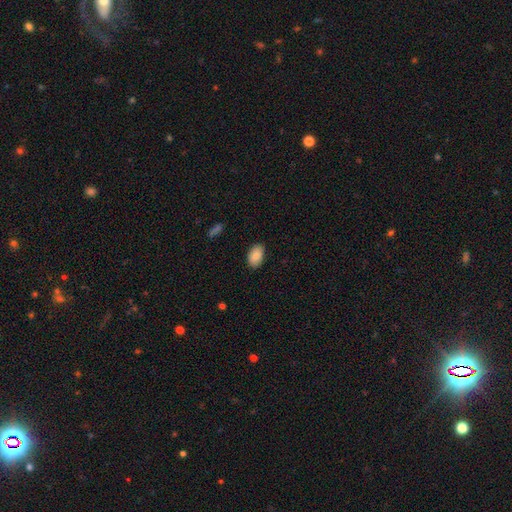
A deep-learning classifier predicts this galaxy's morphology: This is clearly a smooth galaxy (86%). How rounded: clearly in between (92%). Merging: clearly none (86%).